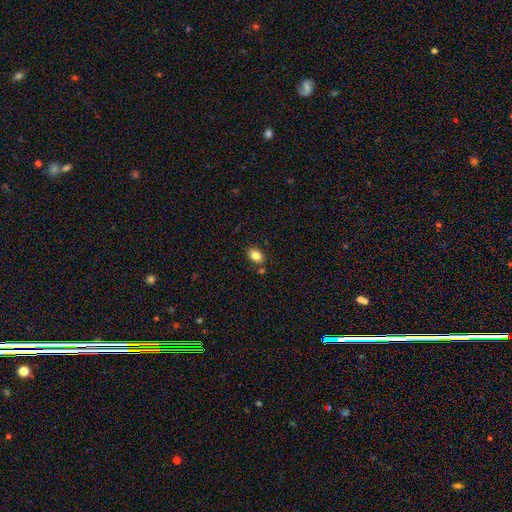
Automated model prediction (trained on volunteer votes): This appears to be a smooth galaxy with no disk features (84%) that is in between round and cigar-shaped (71%). Merging: none (79%).